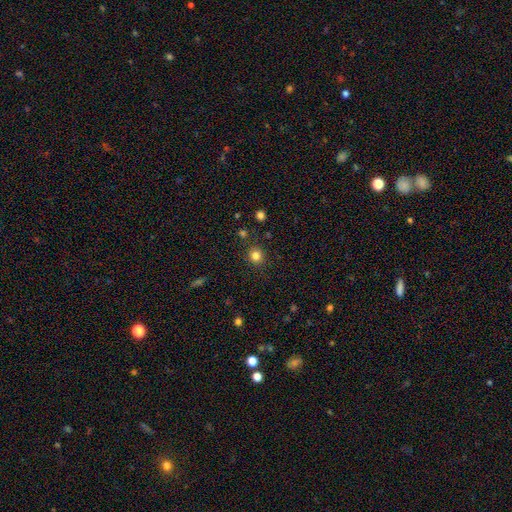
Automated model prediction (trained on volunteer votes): This appears to be a smooth galaxy with no disk features (82%) that is round (88%). Merging: none (88%).